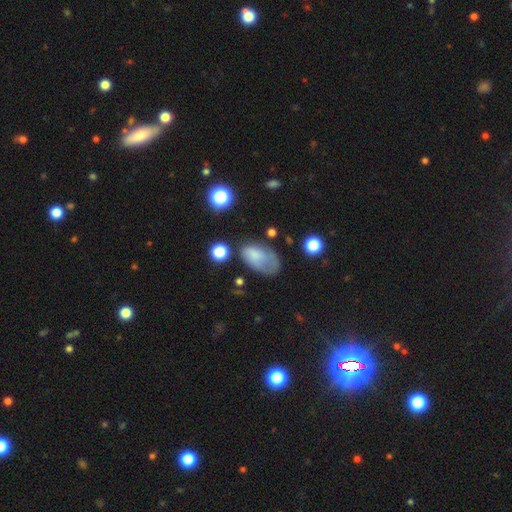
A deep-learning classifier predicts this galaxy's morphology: Smooth or featured?
  - smooth: 67% *
  - featured or disk: 23%
  - star or artifact: 11%
How rounded?
  - in between: 91% *
  - round: 7%
  - cigar-shaped: 2%
Merging?
  - none: 42% *
  - minor disturbance: 31%
  - major disturbance: 22%
  - merger: 6%